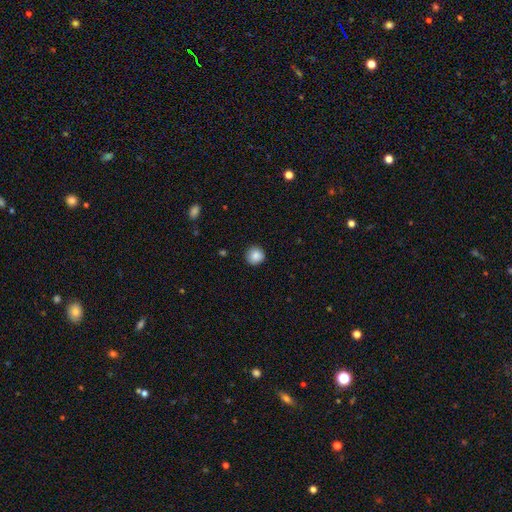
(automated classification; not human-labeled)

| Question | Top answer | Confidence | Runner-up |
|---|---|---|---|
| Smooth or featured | smooth | 87% | star or artifact (9%) |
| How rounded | round | 94% | in between (5%) |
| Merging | none | 91% | minor disturbance (6%) |